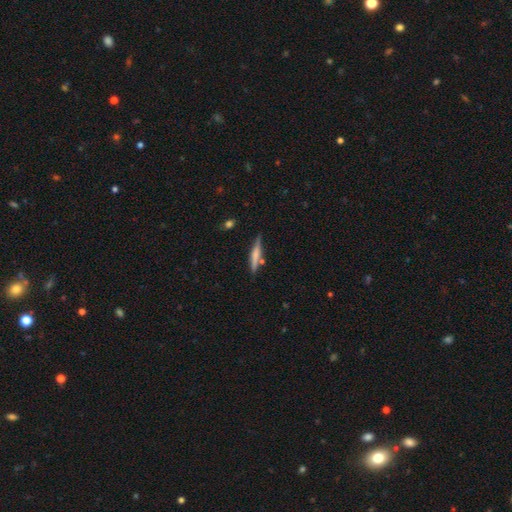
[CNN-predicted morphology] smooth-or-featured: smooth: 51% | featured or disk: 42% | star or artifact: 6%
  how-rounded: cigar-shaped: 91% | in between: 8% | round: 2%
  merging: none: 78% | minor disturbance: 13% | merger: 7% | major disturbance: 3%